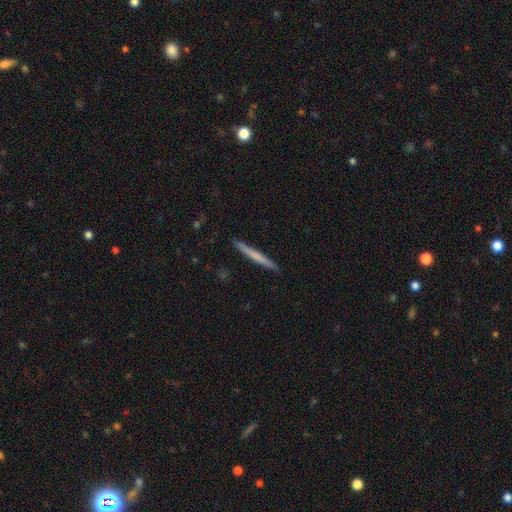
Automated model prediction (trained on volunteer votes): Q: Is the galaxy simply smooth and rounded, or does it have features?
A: smooth — 57%.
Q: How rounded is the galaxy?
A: cigar-shaped — 97%.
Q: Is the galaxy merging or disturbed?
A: none — 91%.